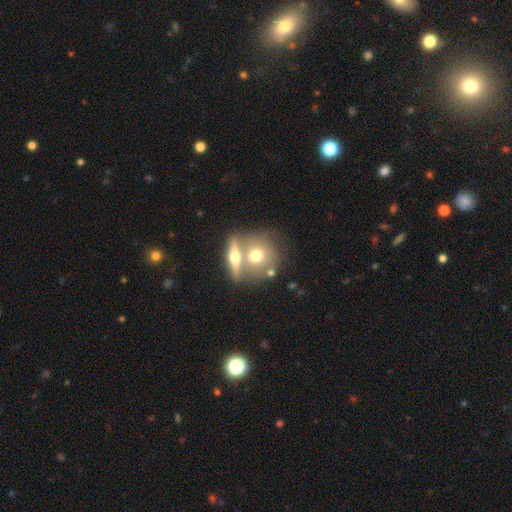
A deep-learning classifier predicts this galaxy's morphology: Smooth or featured?
  - smooth: 57% *
  - featured or disk: 36%
  - star or artifact: 7%
How rounded?
  - round: 73% *
  - in between: 22%
  - cigar-shaped: 4%
Merging?
  - merger: 45% *
  - none: 42%
  - minor disturbance: 10%
  - major disturbance: 4%